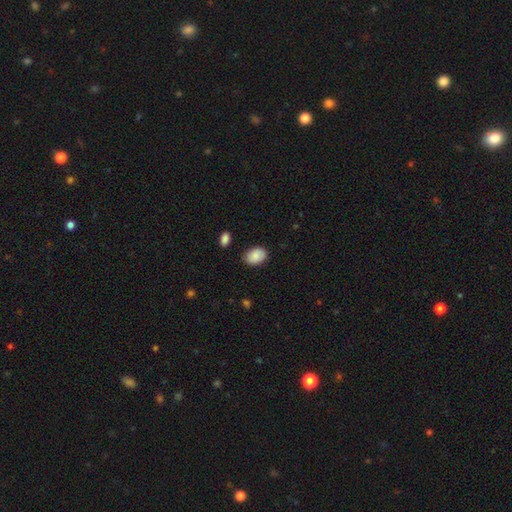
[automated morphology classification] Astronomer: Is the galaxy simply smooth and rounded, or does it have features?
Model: smooth — 89%.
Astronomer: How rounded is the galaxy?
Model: in between — 82%.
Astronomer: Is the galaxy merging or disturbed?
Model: none — 84%.